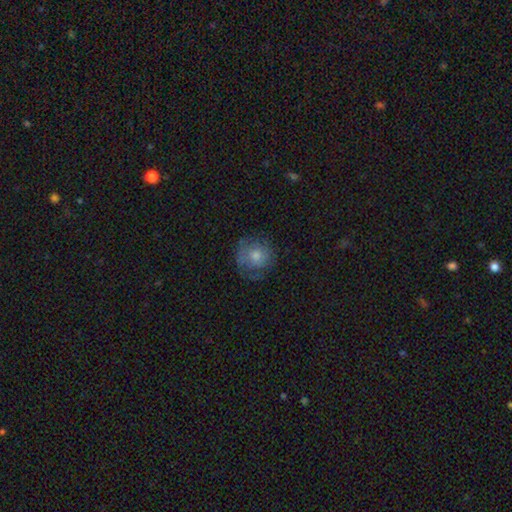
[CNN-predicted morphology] A smooth galaxy with no disk features (54%) that is round (88%). Merging: none (71%).